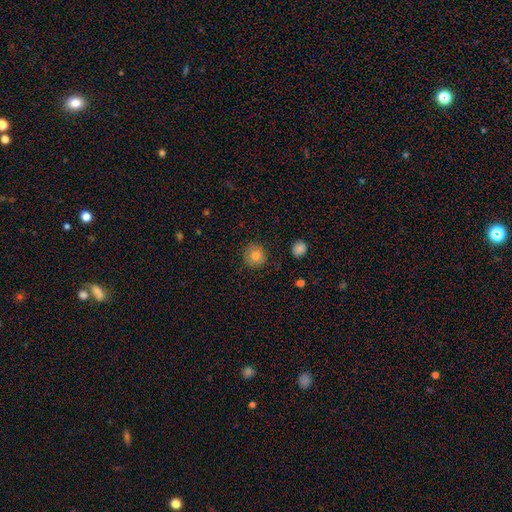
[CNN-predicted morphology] Smooth or featured? smooth (80%)
How rounded? round (92%)
Merging? none (87%)